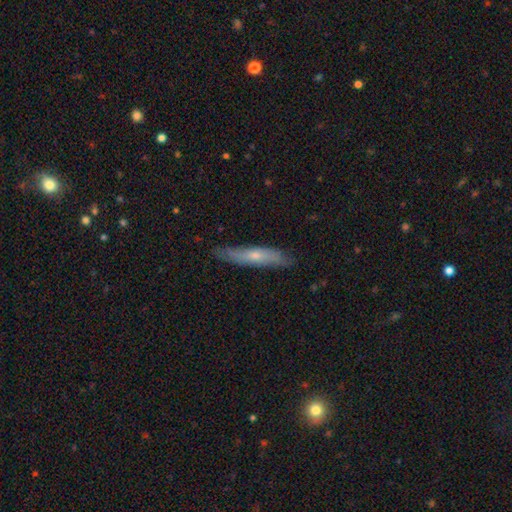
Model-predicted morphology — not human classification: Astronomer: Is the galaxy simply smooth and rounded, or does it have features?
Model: smooth — 50% (runner-up: featured or disk, 44%).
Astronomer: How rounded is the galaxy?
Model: cigar-shaped — 88%.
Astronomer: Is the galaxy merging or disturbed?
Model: none — 79%.